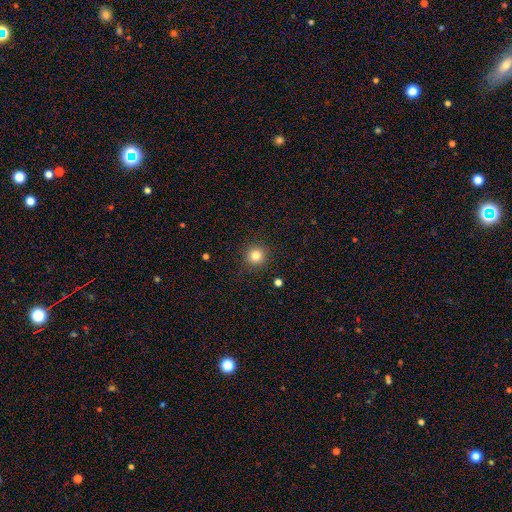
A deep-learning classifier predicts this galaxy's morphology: Overall: smooth (81%). How rounded: round (94%). Merging: none (90%).